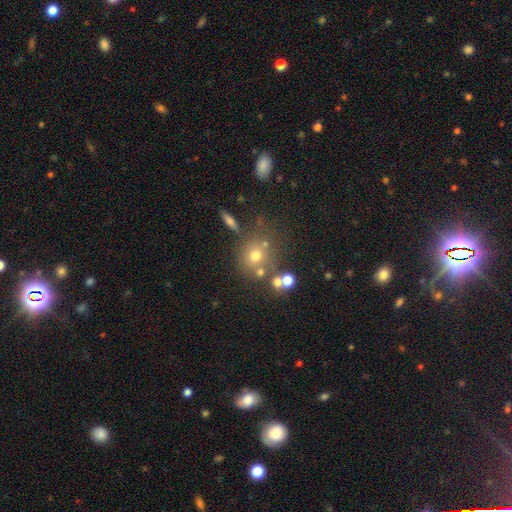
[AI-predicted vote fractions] A smooth galaxy with no disk features (65%) that is round (85%).

Vote fractions:
- Smooth or featured? smooth: 65% / star or artifact: 19% / featured or disk: 16%
- How rounded? round: 85% / in between: 14% / cigar-shaped: 1%
- Merging? none: 62% / merger: 20% / minor disturbance: 12% / major disturbance: 6%